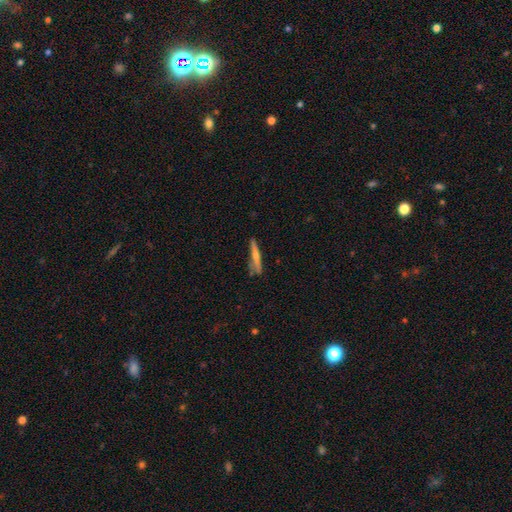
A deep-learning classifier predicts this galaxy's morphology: This appears to be a featured or disk galaxy (52%) viewed edge-on (94%). Merging: none (74%).